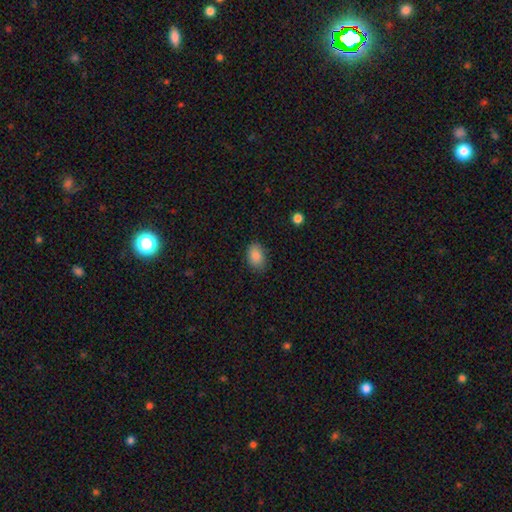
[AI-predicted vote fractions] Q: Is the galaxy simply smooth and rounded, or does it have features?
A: smooth — 88%.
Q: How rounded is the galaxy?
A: in between — 84%.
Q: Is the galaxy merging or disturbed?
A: none — 83%.